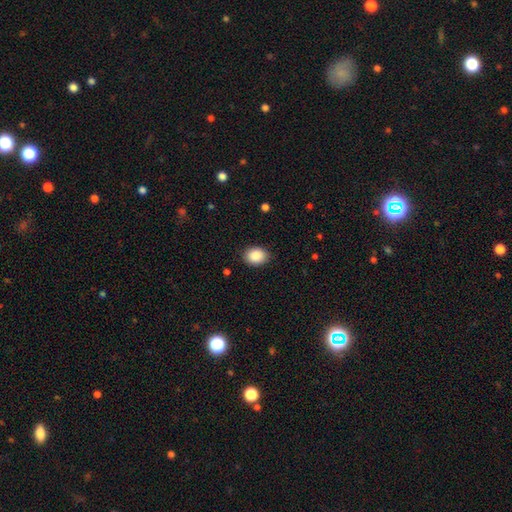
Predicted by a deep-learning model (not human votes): smooth-or-featured: smooth: 89% | star or artifact: 8% | featured or disk: 3%
  how-rounded: in between: 62% | round: 37% | cigar-shaped: 1%
  merging: none: 87% | minor disturbance: 10% | major disturbance: 2% | merger: 1%